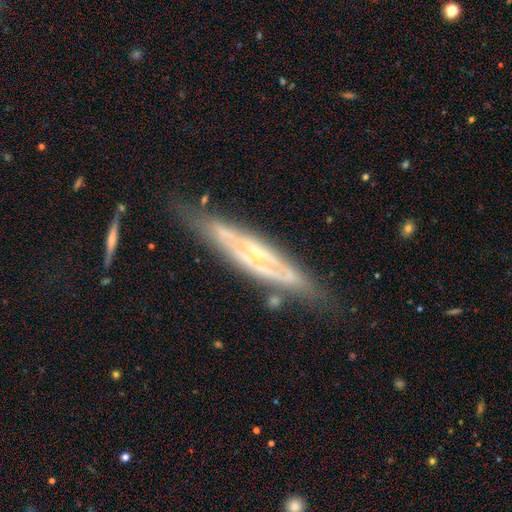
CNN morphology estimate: smooth-or-featured: featured or disk: 79% | smooth: 14% | star or artifact: 7%
  disk-edge-on: yes: 73% | no: 27%
    edge-on-bulge: none: 47% | rounded: 40% | boxy: 13%
  merging: none: 73% | minor disturbance: 18% | major disturbance: 6% | merger: 3%